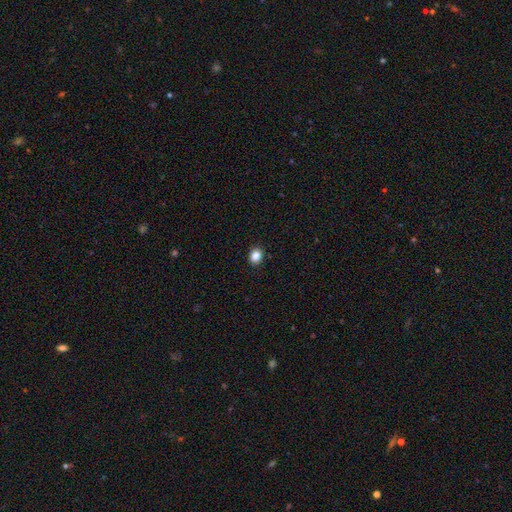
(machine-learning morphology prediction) smooth 85%, star or artifact 10%, featured or disk 5%. Down the decision tree: how rounded — round (56%); merging — none (91%).